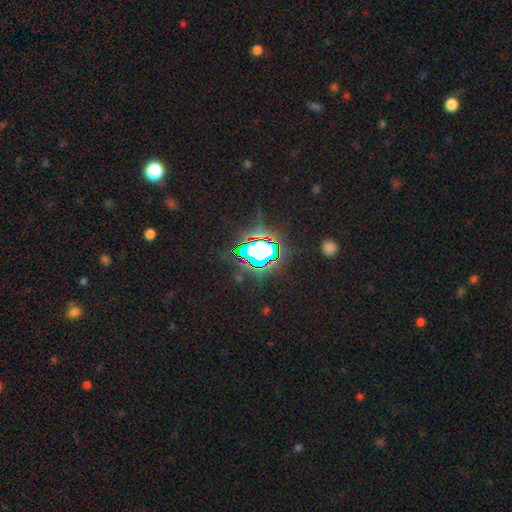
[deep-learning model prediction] The model was most divided on "smooth or featured": star or artifact: 80%, smooth: 12%, featured or disk: 8%.